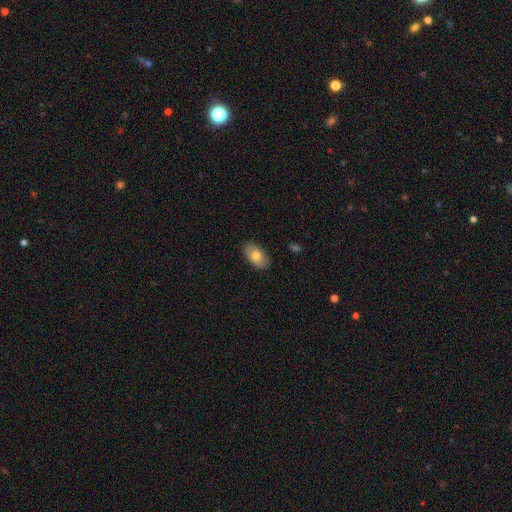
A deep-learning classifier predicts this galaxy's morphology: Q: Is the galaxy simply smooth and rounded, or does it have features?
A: smooth — 72%.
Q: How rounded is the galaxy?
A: in between — 93%.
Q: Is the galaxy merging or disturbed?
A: none — 87%.